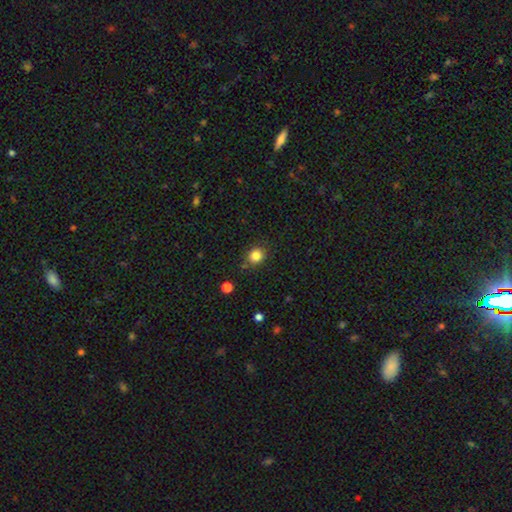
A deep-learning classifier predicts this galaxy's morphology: Q: Smooth or featured?
A: smooth (84%); runner-up: star or artifact (11%)
Q: How rounded?
A: round (78%); runner-up: in between (21%)
Q: Merging?
A: none (83%); runner-up: minor disturbance (11%)